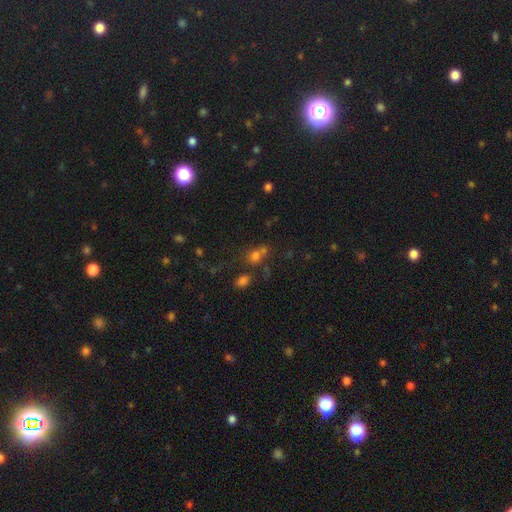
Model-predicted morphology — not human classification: Smooth or featured? Predicted: smooth (p=0.61). How rounded? Predicted: round (p=0.68). Merging? Predicted: none (p=0.48).